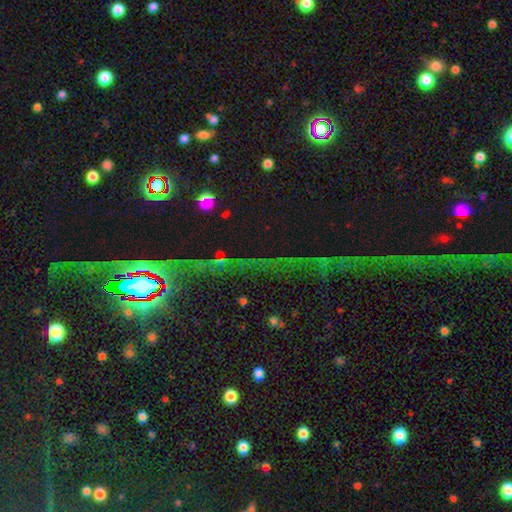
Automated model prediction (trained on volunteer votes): Smooth or featured? Predicted: star or artifact (p=0.72).